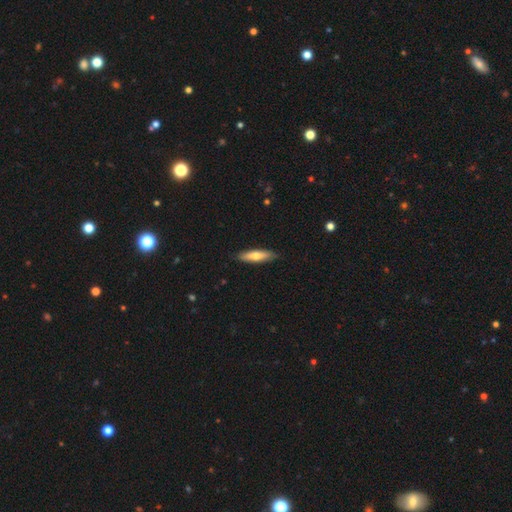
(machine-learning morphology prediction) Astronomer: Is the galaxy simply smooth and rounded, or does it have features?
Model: smooth — 65%.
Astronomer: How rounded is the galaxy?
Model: cigar-shaped — 68%.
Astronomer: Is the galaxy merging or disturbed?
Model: none — 87%.